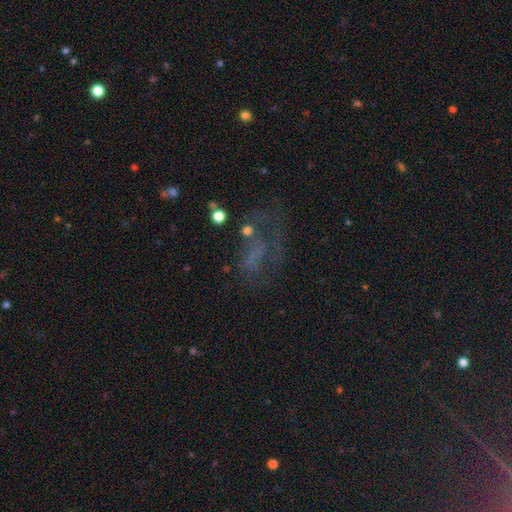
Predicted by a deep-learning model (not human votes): smooth-or-featured: featured or disk: 43% | smooth: 31% | star or artifact: 26%
  merging: major disturbance: 43% | none: 34% | minor disturbance: 18% | merger: 6%